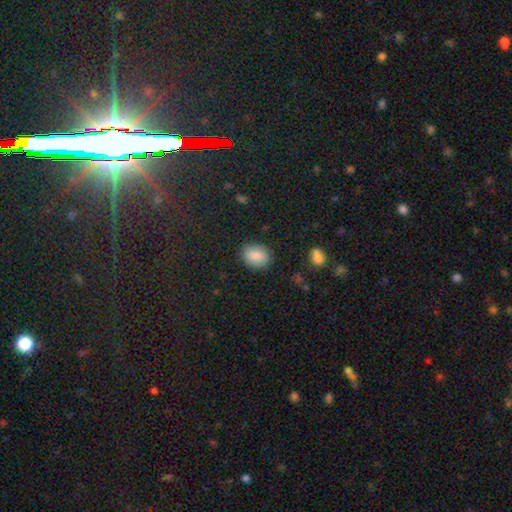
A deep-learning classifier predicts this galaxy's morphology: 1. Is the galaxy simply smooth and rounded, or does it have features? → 86% smooth, 8% star or artifact, 6% featured or disk.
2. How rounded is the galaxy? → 66% in between, 33% round, 1% cigar-shaped.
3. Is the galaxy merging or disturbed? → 87% none, 9% minor disturbance, 3% major disturbance, 1% merger.